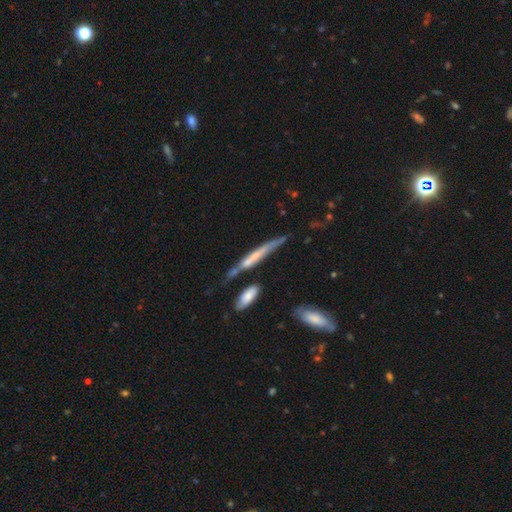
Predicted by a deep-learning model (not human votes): Smooth or featured: featured or disk — 52% (smooth — 39%)
Edge-on disk: yes — 85% (no — 15%)
Merging: none — 55% (minor disturbance — 21%)